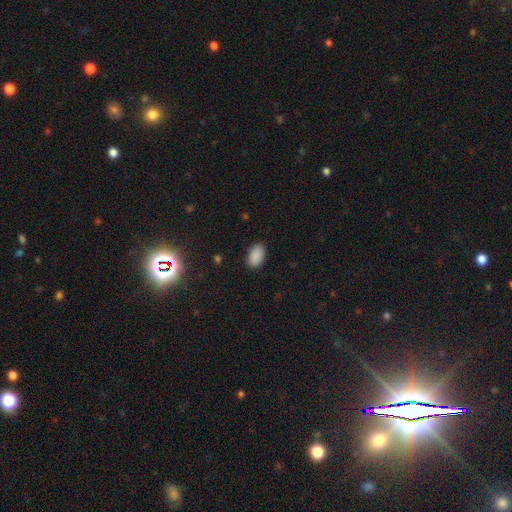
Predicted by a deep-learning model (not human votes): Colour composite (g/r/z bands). It shows a smooth galaxy with no disk features (89%) that is in between round and cigar-shaped (93%). Merging: none (88%).